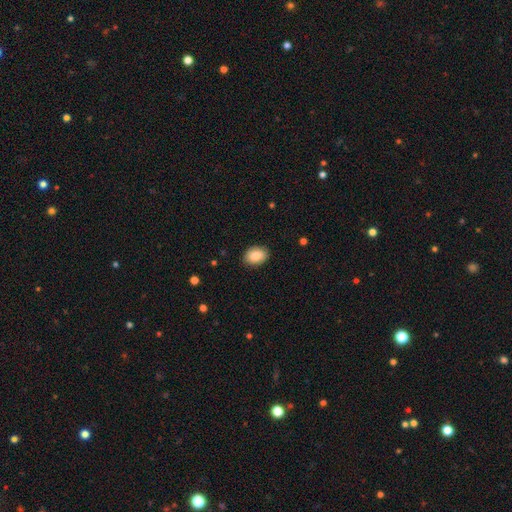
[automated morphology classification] The model was most divided on "how rounded": in between: 76%, round: 23%, cigar-shaped: 1%. More confident: merging — none (87%); smooth or featured — smooth (86%).